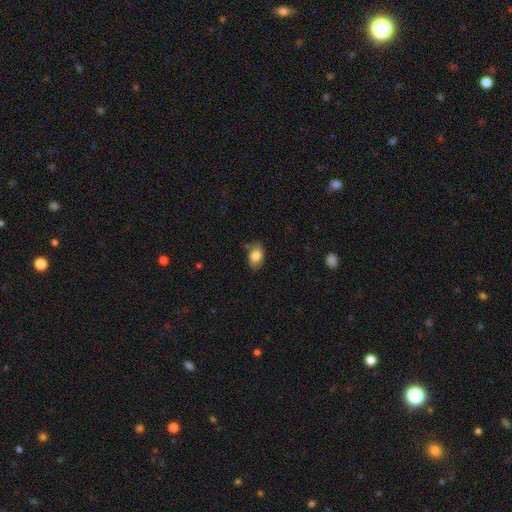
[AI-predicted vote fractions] Smooth or featured: smooth — 80% (featured or disk — 12%)
How rounded: in between — 84% (round — 15%)
Merging: none — 65% (minor disturbance — 26%)